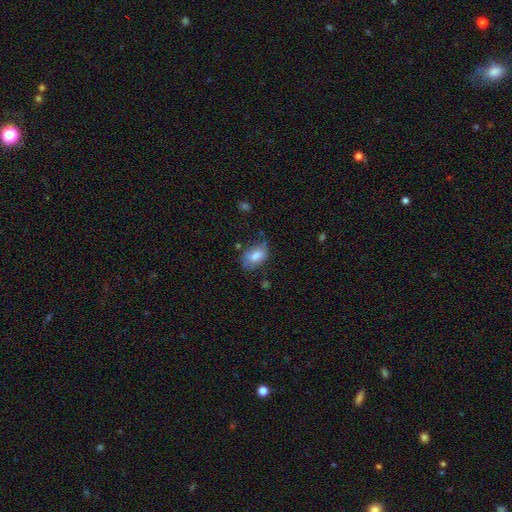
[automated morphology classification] smooth_or_featured: smooth (p=0.76) [alt: featured or disk p=0.17]
how_rounded: in between (p=0.88) [alt: round p=0.10]
merging: none (p=0.61) [alt: minor disturbance p=0.27]